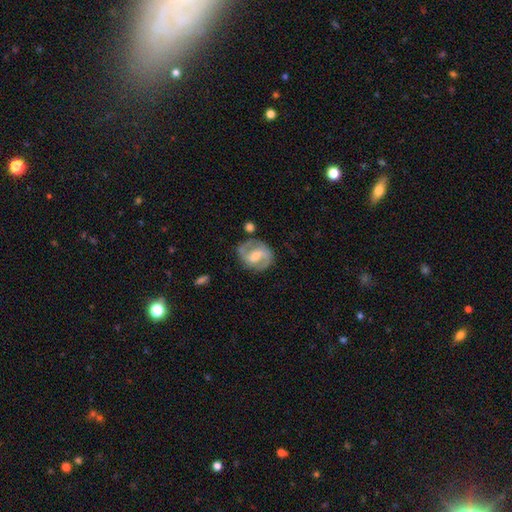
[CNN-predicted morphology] featured or disk 74%, smooth 21%, star or artifact 6%. Down the decision tree: edge-on disk — no (97%); bar — weak (47%); spiral arms — yes (86%); spiral arm count — 2 (86%); spiral winding — medium (51%); bulge size — moderate (54%); merging — none (72%).